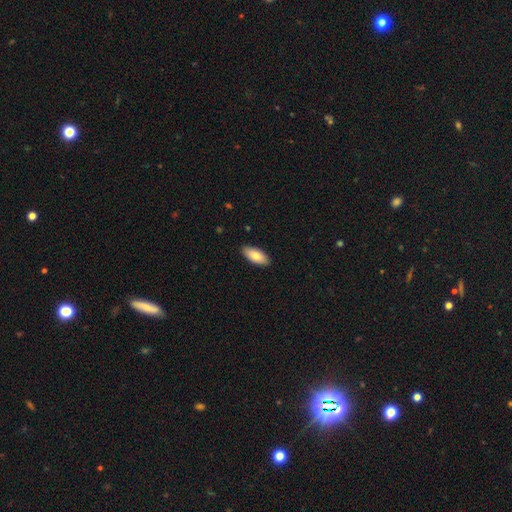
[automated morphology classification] Smooth or featured? Predicted: smooth (p=0.78). How rounded? Predicted: in between (p=0.86). Merging? Predicted: none (p=0.90).